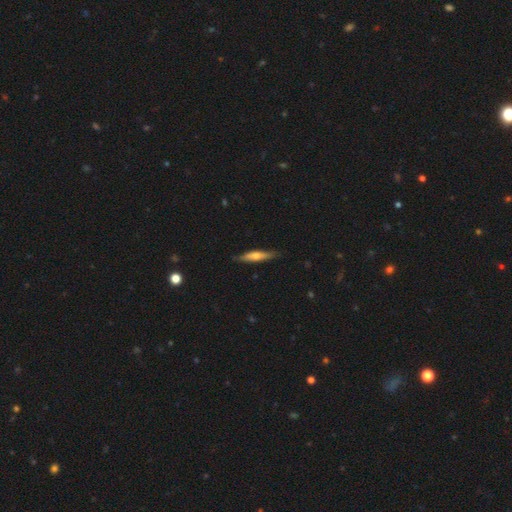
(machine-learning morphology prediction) Smooth or featured? Predicted: featured or disk (p=0.50). Merging? Predicted: none (p=0.84).